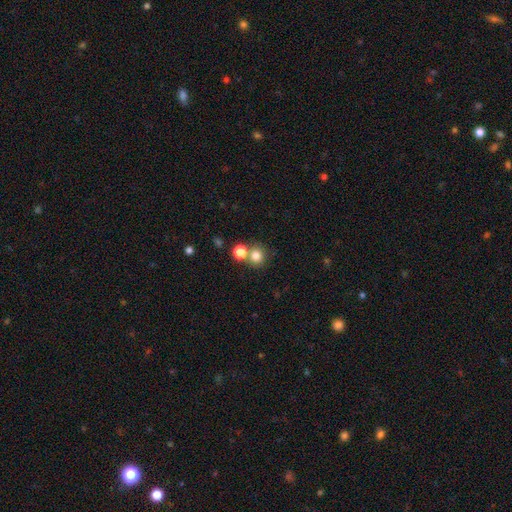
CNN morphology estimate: Smooth or featured: smooth — 80% (star or artifact — 13%)
How rounded: round — 87% (in between — 12%)
Merging: none — 64% (merger — 25%)